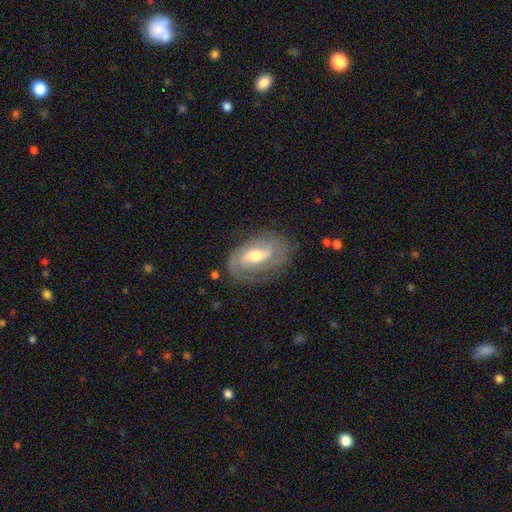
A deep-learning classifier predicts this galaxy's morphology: A featured or disk galaxy (78%) with a weak bar (47%), 2 (71%) medium (42%) spiral arms (90%) and a moderate central bulge (68%). Merging: none (74%).